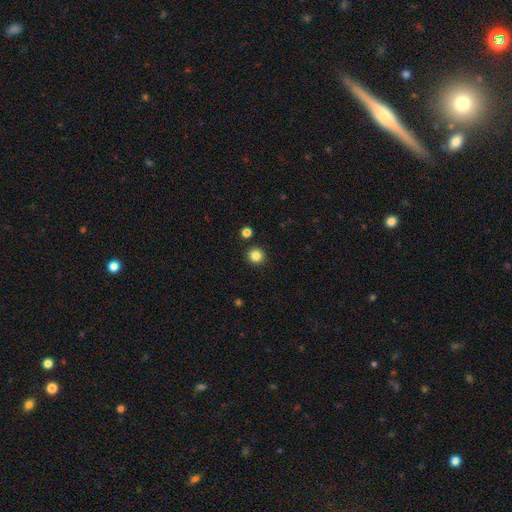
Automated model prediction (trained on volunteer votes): Smooth or featured? smooth (84%)
How rounded? round (94%)
Merging? none (90%)